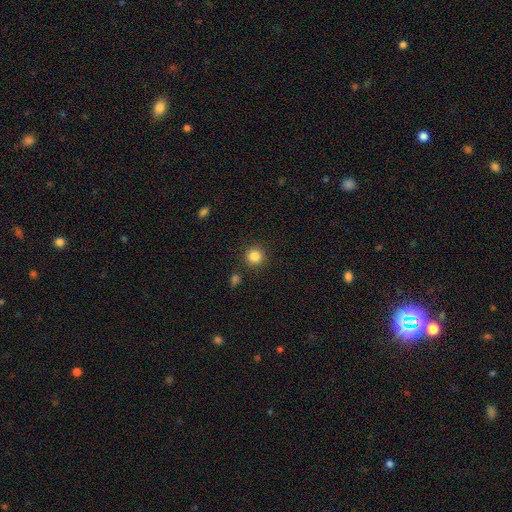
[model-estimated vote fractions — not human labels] The model was most divided on "smooth or featured": smooth: 85%, star or artifact: 11%, featured or disk: 4%. More confident: how rounded — round (93%); merging — none (88%).